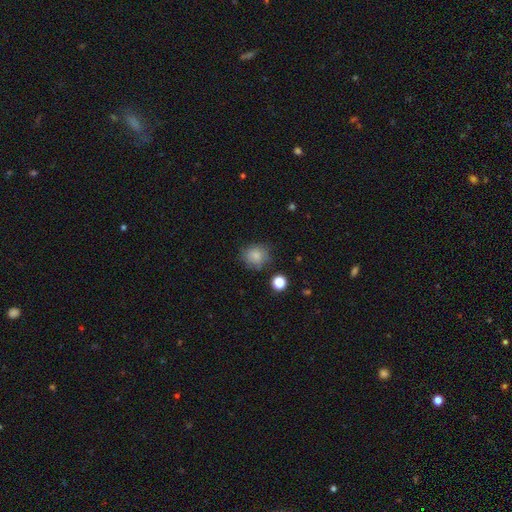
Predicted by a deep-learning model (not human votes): smooth_or_featured: smooth (p=0.83) [alt: star or artifact p=0.10]
how_rounded: round (p=0.81) [alt: in between p=0.18]
merging: none (p=0.74) [alt: minor disturbance p=0.17]